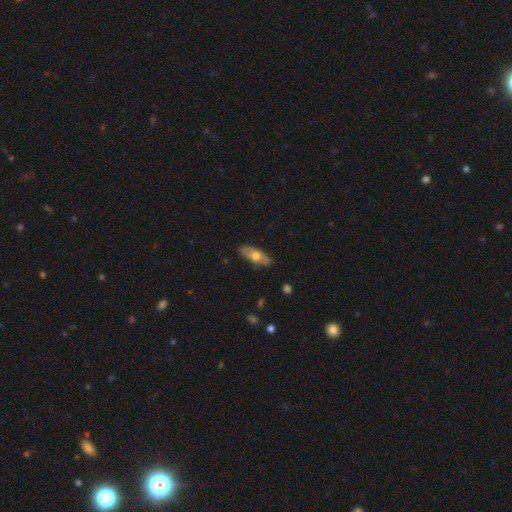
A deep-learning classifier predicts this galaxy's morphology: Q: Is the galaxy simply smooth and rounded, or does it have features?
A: smooth — 53%.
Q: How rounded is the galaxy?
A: in between — 78%.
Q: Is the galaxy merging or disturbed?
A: none — 83%.